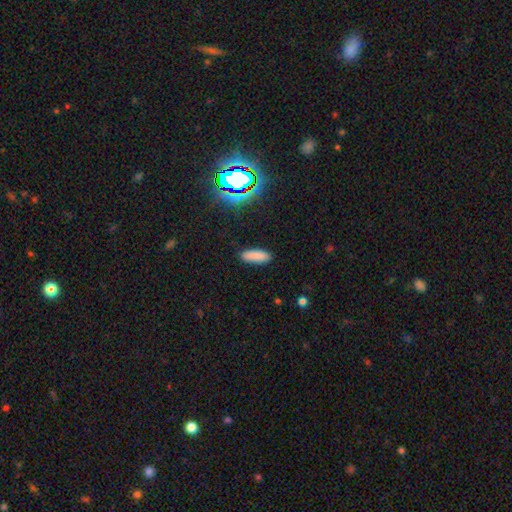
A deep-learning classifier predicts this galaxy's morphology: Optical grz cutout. It shows a smooth galaxy with no disk features (84%) that is in between round and cigar-shaped (56%). Merging: none (88%).